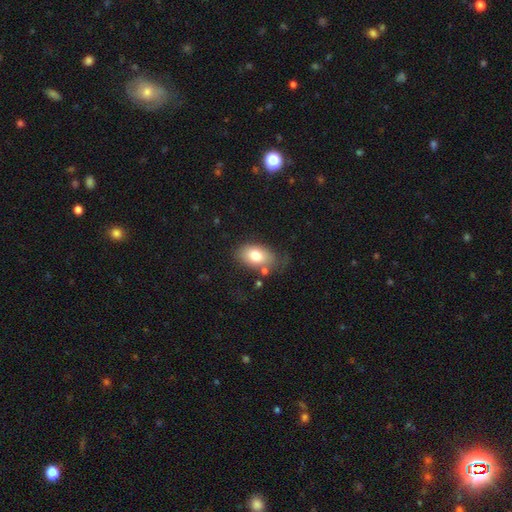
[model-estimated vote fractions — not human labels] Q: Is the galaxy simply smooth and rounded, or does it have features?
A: smooth — 77%.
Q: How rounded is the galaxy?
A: in between — 88%.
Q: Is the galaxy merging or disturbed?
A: none — 65%.